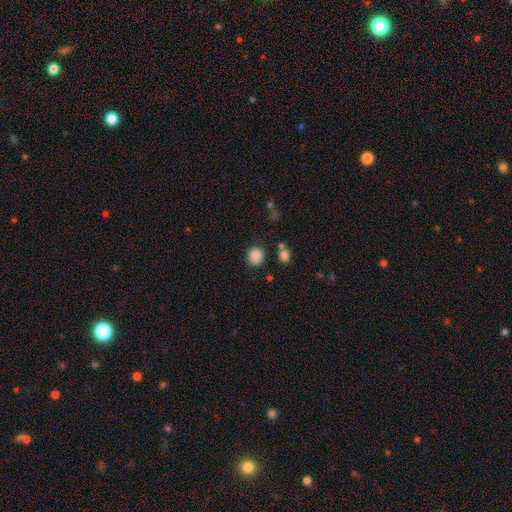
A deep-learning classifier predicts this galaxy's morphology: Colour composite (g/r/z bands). It shows a smooth galaxy with no disk features (86%) that is round (84%). Merging: none (80%).